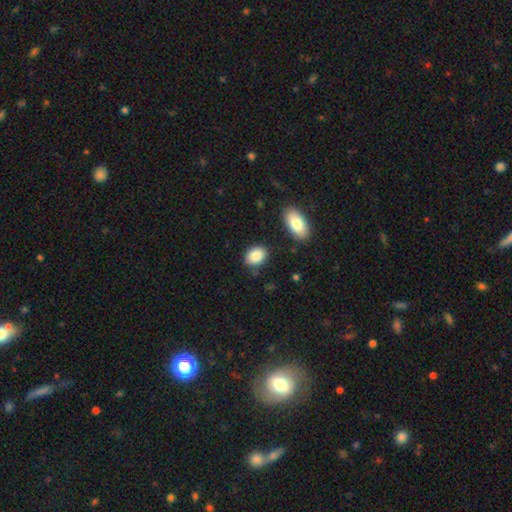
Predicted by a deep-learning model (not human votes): Smooth or featured? smooth (87%)
How rounded? in between (74%)
Merging? none (80%)